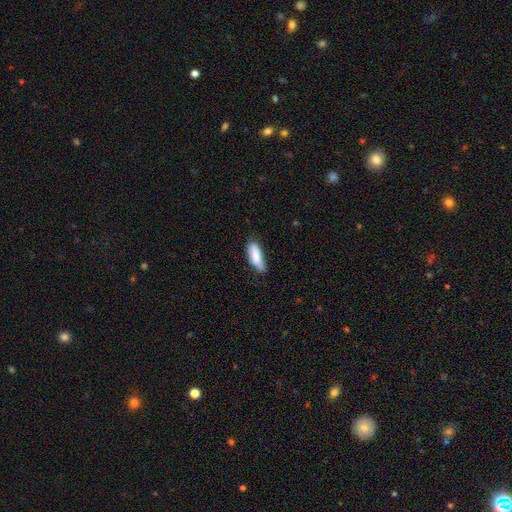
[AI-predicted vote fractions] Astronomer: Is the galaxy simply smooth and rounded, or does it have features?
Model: smooth — 78%.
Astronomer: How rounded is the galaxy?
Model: in between — 62%.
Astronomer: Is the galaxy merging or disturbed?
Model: none — 55% (runner-up: minor disturbance, 33%).